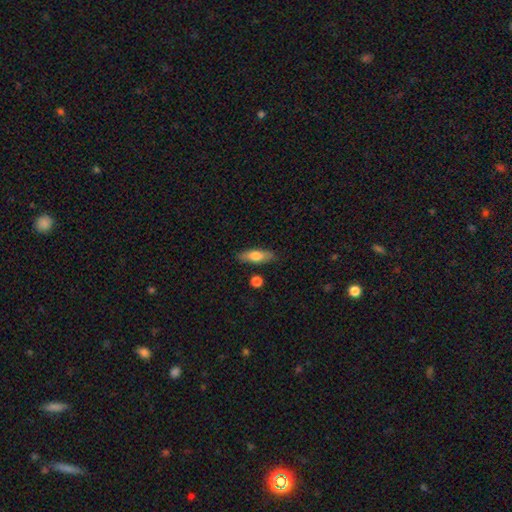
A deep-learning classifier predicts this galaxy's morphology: Smooth or featured: smooth — 67% (featured or disk — 26%)
How rounded: in between — 51% (cigar-shaped — 46%)
Merging: none — 83% (minor disturbance — 11%)